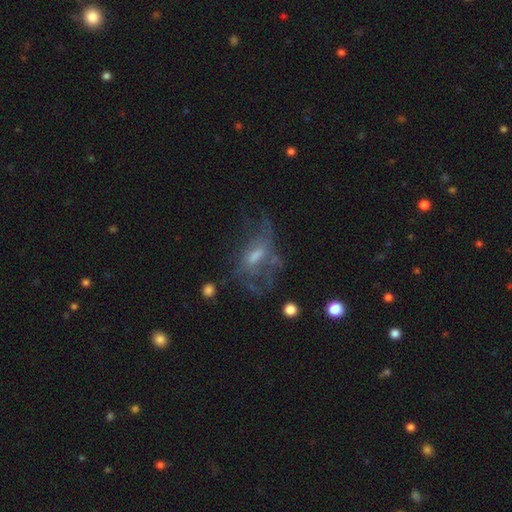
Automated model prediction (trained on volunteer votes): This is likely a featured or disk galaxy (61%). It is clearly not viewed edge-on (92%). Bar: possibly no (48%). Spiral arm pattern: possibly no (57%). Central bulge: marginally moderate (44%). Merging: marginally major disturbance (41%).